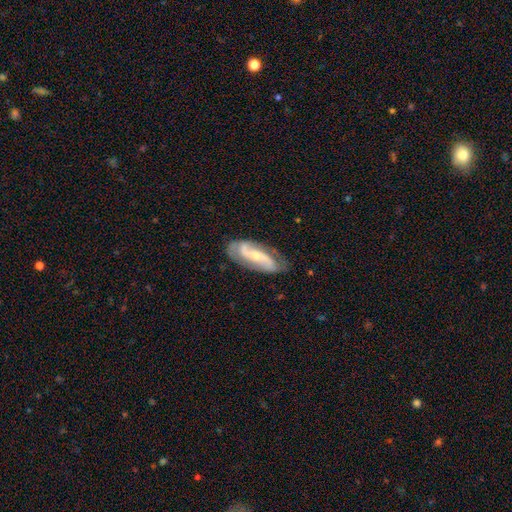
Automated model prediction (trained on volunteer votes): Smooth or featured? Predicted: featured or disk (p=0.83). Edge-on disk? Predicted: no (p=0.92). Bar? Predicted: no (p=0.36). Spiral arms? Predicted: yes (p=0.94). Spiral winding? Predicted: loose (p=0.40). Spiral arm count? Predicted: 2 (p=0.88). Bulge size? Predicted: small (p=0.59). Merging? Predicted: none (p=0.76).